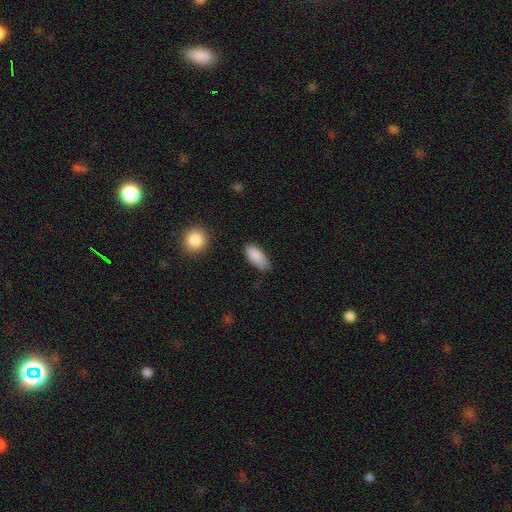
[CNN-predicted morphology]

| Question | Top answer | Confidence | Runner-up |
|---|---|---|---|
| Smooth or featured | smooth | 88% | star or artifact (7%) |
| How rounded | in between | 88% | cigar-shaped (9%) |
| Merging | none | 71% | minor disturbance (23%) |